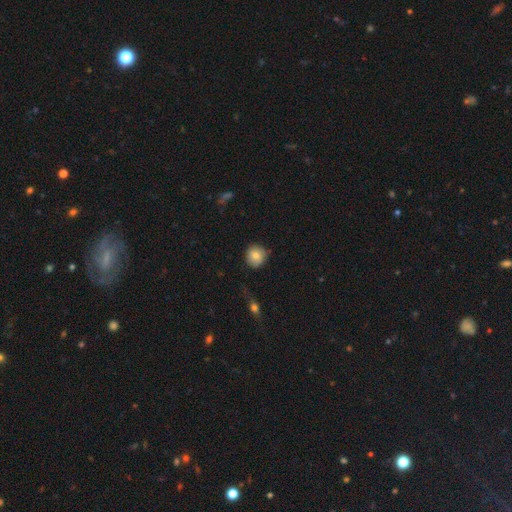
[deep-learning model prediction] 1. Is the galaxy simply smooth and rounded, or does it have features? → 79% smooth, 12% featured or disk, 9% star or artifact.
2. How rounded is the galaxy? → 91% round, 8% in between, 1% cigar-shaped.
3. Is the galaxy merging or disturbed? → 80% none, 15% minor disturbance, 3% major disturbance, 2% merger.